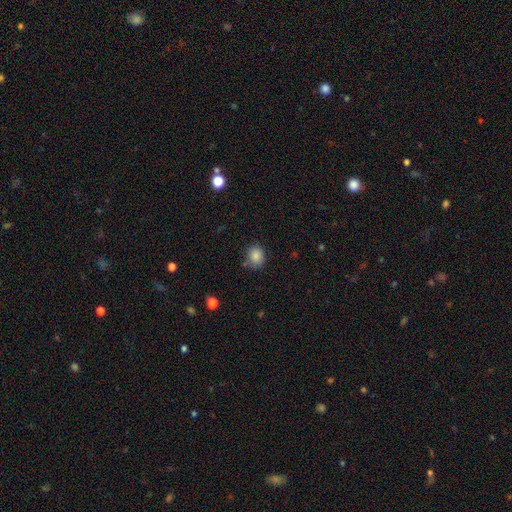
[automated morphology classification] This appears to be a smooth galaxy with no disk features (85%) that is round (66%). Merging: none (77%).